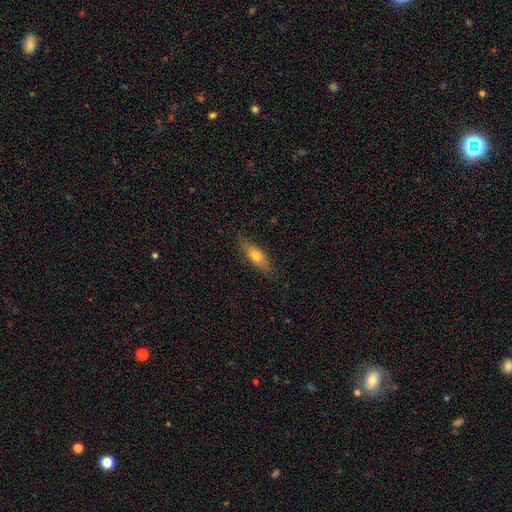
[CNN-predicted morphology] Smooth or featured?
  - smooth: 65% *
  - featured or disk: 28%
  - star or artifact: 7%
How rounded?
  - in between: 53% *
  - cigar-shaped: 44%
  - round: 3%
Merging?
  - none: 81% *
  - minor disturbance: 14%
  - major disturbance: 3%
  - merger: 1%